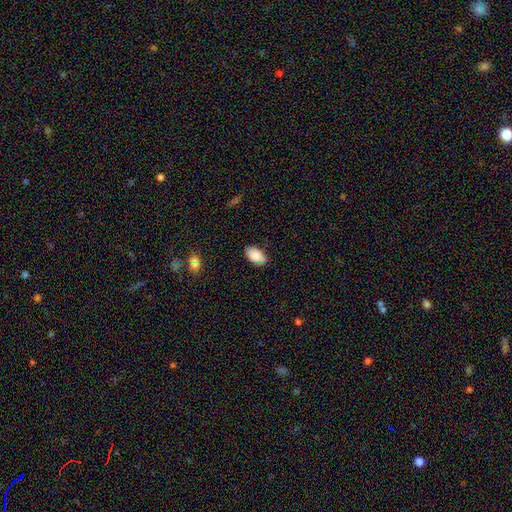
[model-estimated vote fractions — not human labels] Morphology: type=smooth (87%); roundness=in between (94%); merging=none (86%).